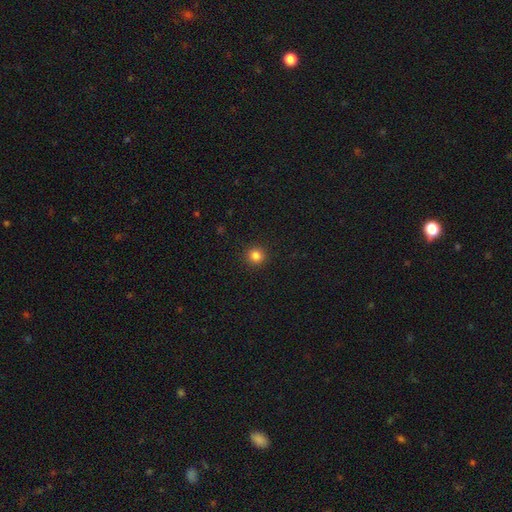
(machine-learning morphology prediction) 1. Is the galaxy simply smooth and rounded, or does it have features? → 83% smooth, 13% star or artifact, 4% featured or disk.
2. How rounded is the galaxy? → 94% round, 5% in between, 1% cigar-shaped.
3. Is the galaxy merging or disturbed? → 93% none, 5% minor disturbance, 2% major disturbance, 1% merger.